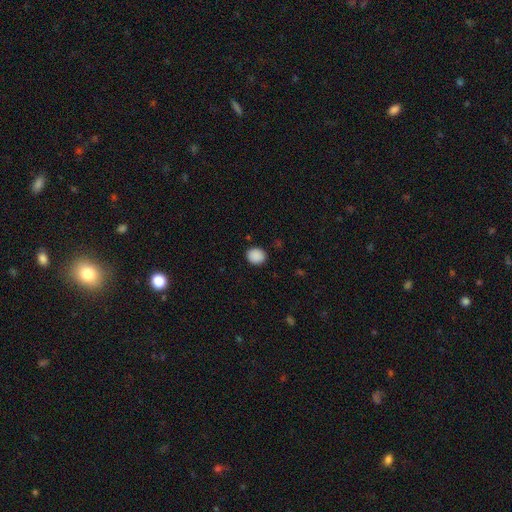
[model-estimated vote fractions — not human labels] Smooth or featured? smooth (89%)
How rounded? round (71%)
Merging? none (89%)